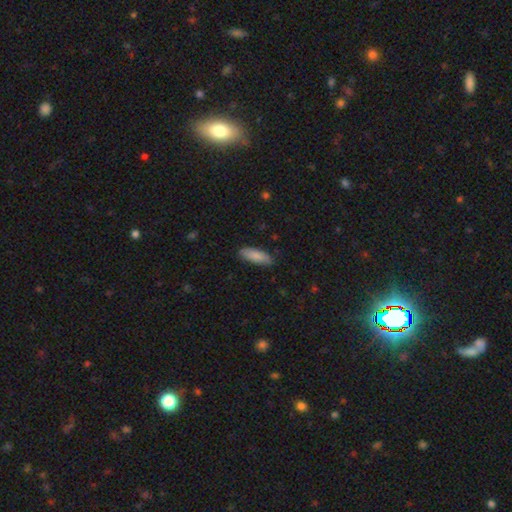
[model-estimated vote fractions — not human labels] Q: Smooth or featured?
A: smooth (86%); runner-up: featured or disk (8%)
Q: How rounded?
A: in between (65%); runner-up: cigar-shaped (34%)
Q: Merging?
A: none (83%); runner-up: minor disturbance (13%)